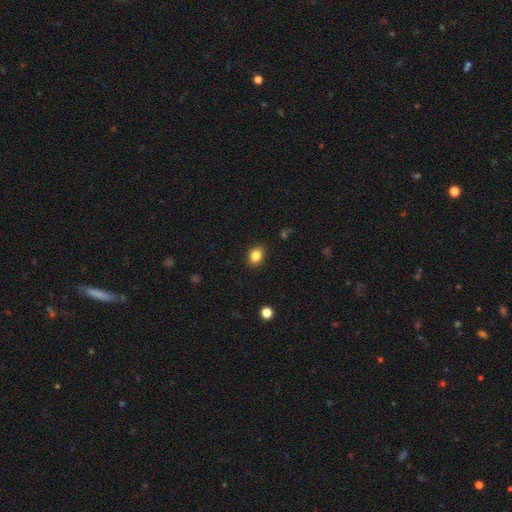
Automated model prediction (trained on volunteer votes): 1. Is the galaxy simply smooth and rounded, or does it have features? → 84% smooth, 10% star or artifact, 5% featured or disk.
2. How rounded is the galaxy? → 57% in between, 42% round, 1% cigar-shaped.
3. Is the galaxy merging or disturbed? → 87% none, 10% minor disturbance, 2% major disturbance, 1% merger.